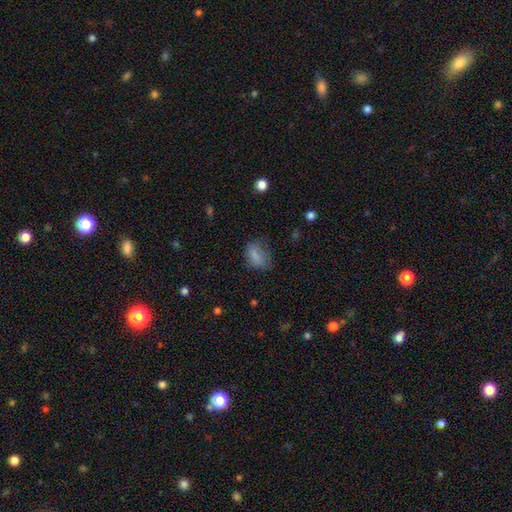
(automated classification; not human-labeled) A smooth galaxy with no disk features (76%) that is in between round and cigar-shaped (80%).

Vote fractions:
- Smooth or featured? smooth: 76% / featured or disk: 12% / star or artifact: 12%
- How rounded? in between: 80% / round: 17% / cigar-shaped: 3%
- Merging? none: 50% / minor disturbance: 29% / major disturbance: 18% / merger: 2%